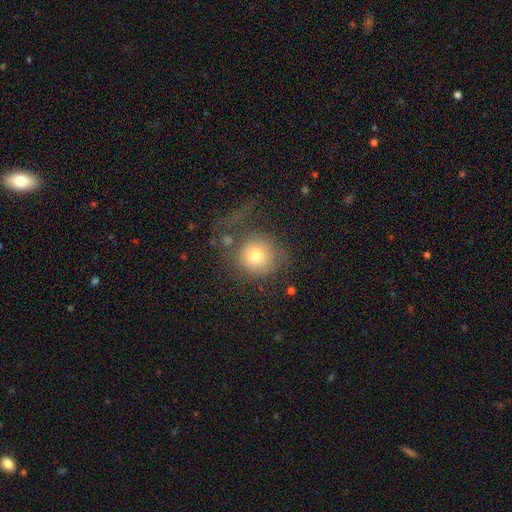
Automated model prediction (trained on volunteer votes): Morphology: type=smooth (72%); roundness=round (90%); merging=none (43%).